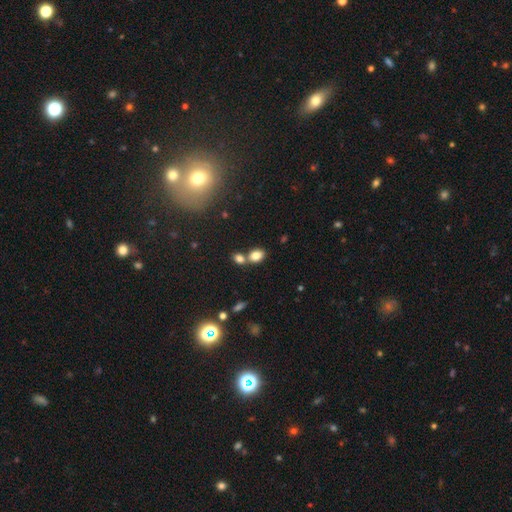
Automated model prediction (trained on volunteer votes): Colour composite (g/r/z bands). It shows a smooth galaxy with no disk features (80%) that is in between round and cigar-shaped (72%). Merging: none (51%).